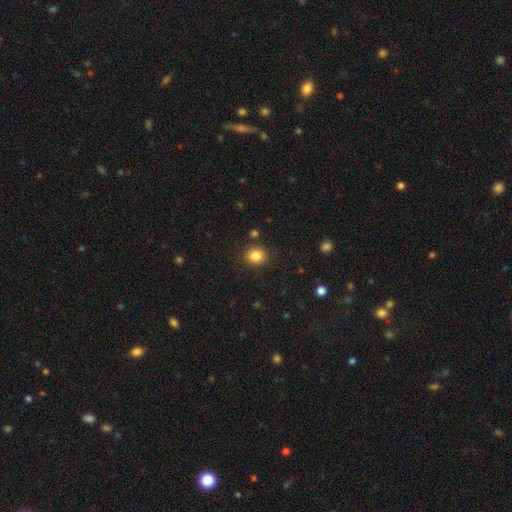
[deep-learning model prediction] A smooth galaxy with no disk features (84%) that is round (76%). Merging: none (87%).